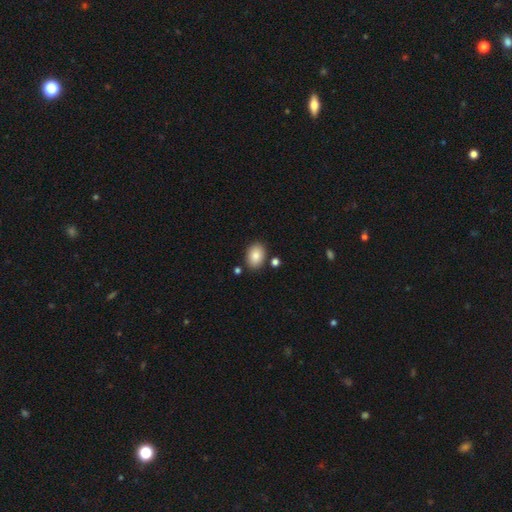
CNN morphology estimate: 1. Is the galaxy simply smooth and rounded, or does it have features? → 85% smooth, 8% star or artifact, 7% featured or disk.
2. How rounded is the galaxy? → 79% in between, 20% round, 1% cigar-shaped.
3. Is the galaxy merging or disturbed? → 84% none, 10% minor disturbance, 4% merger, 2% major disturbance.